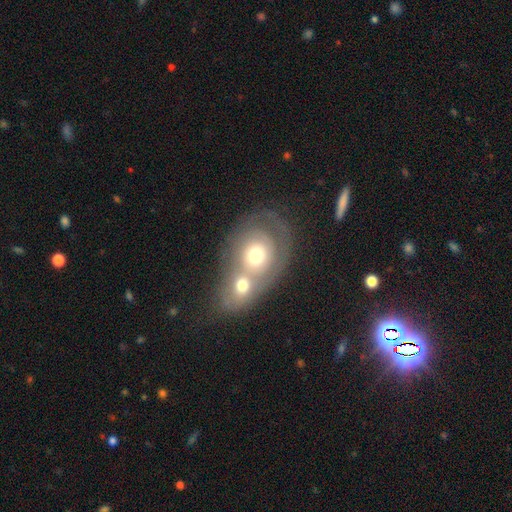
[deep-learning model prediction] Overall: featured or disk (47%; smooth 46%). Merging: merger (70%).